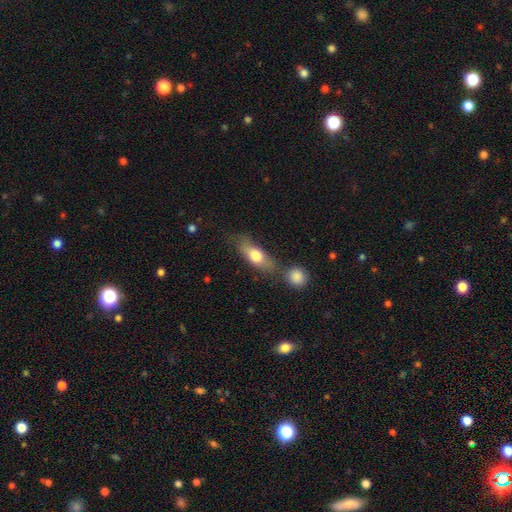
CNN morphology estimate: Smooth or featured: smooth — 70% (featured or disk — 24%)
How rounded: in between — 67% (cigar-shaped — 28%)
Merging: none — 53% (merger — 22%)